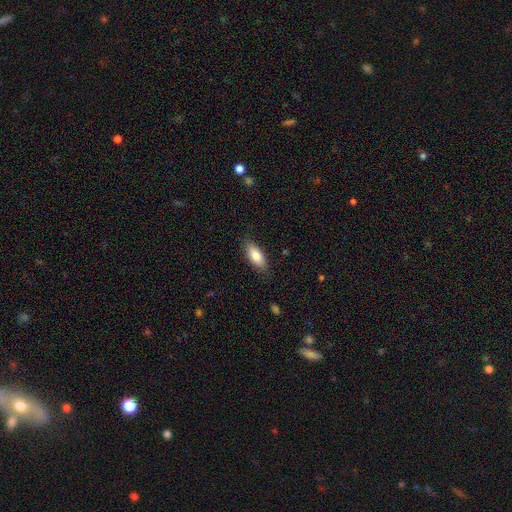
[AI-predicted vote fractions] The model was most divided on "how rounded": in between: 80%, cigar-shaped: 18%, round: 2%. More confident: merging — none (85%); smooth or featured — smooth (80%).